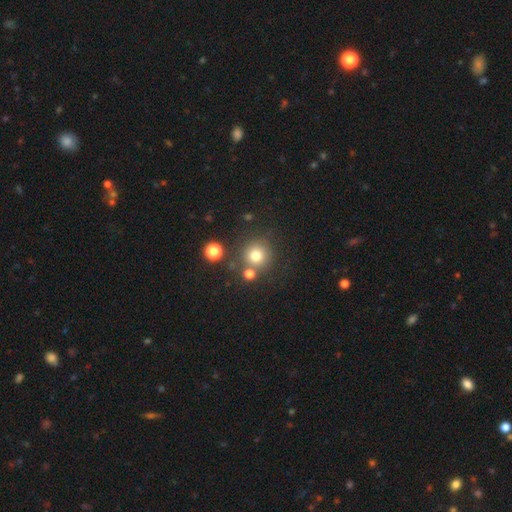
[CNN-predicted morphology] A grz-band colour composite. It shows a smooth galaxy with no disk features (77%) that is round (93%). Merging: none (75%).